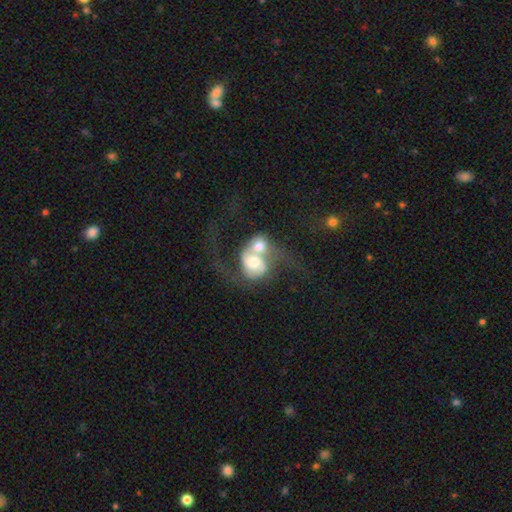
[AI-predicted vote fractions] featured or disk 70%, smooth 23%, star or artifact 8%. Down the decision tree: edge-on disk — no (97%); bar — no (64%); spiral arms — yes (84%); spiral arm count — 2 (77%); spiral winding — loose (64%); bulge size — moderate (51%); merging — merger (69%).